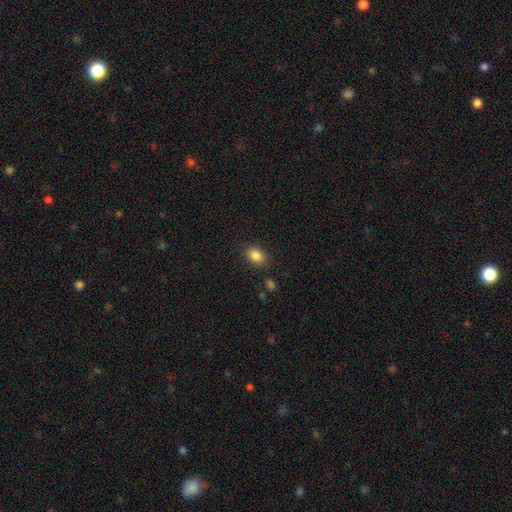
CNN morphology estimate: This is clearly a smooth galaxy (85%). How rounded: likely in between (75%). Merging: clearly none (85%).